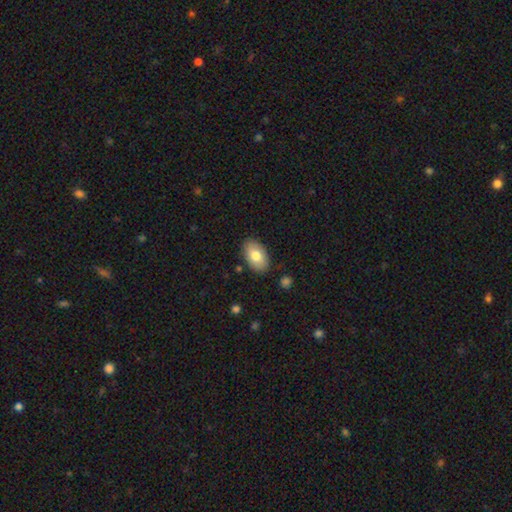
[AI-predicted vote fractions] smooth 78%, featured or disk 16%, star or artifact 6%. Down the decision tree: how rounded — in between (92%); merging — none (86%).